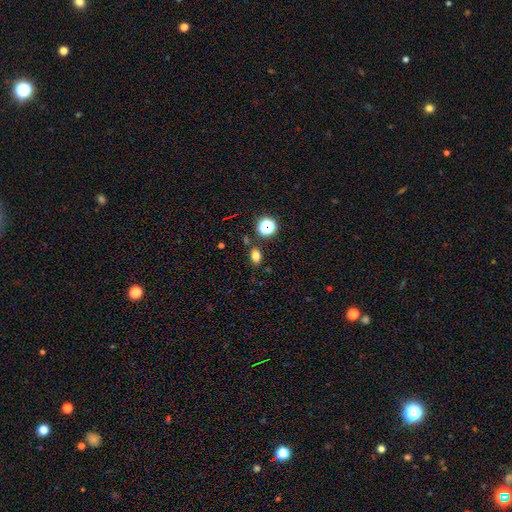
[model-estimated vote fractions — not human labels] This is likely a smooth galaxy (75%). How rounded: likely in between (71%). Merging: clearly none (81%).